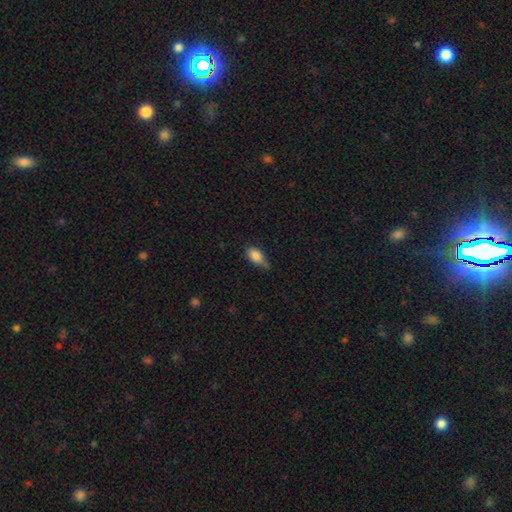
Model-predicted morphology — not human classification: smooth-or-featured: smooth: 85% | star or artifact: 8% | featured or disk: 6%
  how-rounded: in between: 89% | cigar-shaped: 6% | round: 5%
  merging: none: 49% | minor disturbance: 40% | major disturbance: 7% | merger: 4%